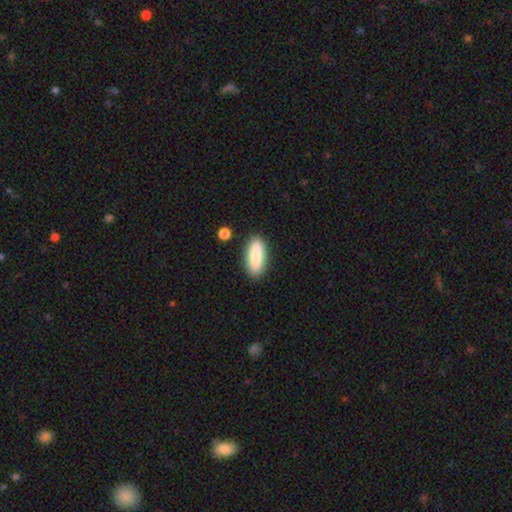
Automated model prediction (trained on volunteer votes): Smooth or featured? Predicted: smooth (p=0.85). How rounded? Predicted: in between (p=0.70). Merging? Predicted: none (p=0.86).